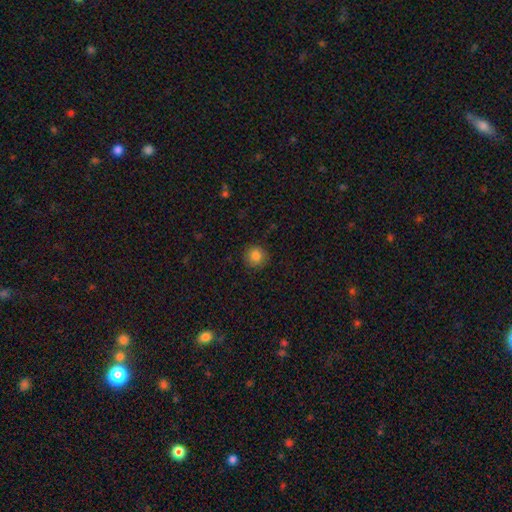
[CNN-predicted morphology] smooth-or-featured: smooth: 84% | star or artifact: 10% | featured or disk: 6%
  how-rounded: round: 93% | in between: 6% | cigar-shaped: 1%
  merging: none: 89% | minor disturbance: 8% | major disturbance: 2% | merger: 1%